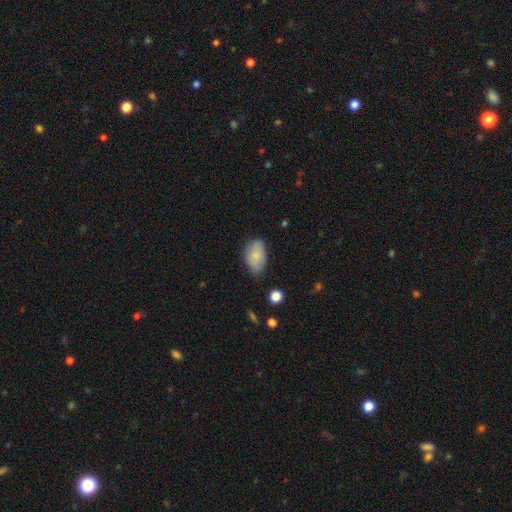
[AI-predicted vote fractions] Q: Smooth or featured?
A: smooth (79%); runner-up: featured or disk (15%)
Q: How rounded?
A: in between (91%); runner-up: round (7%)
Q: Merging?
A: none (67%); runner-up: minor disturbance (26%)